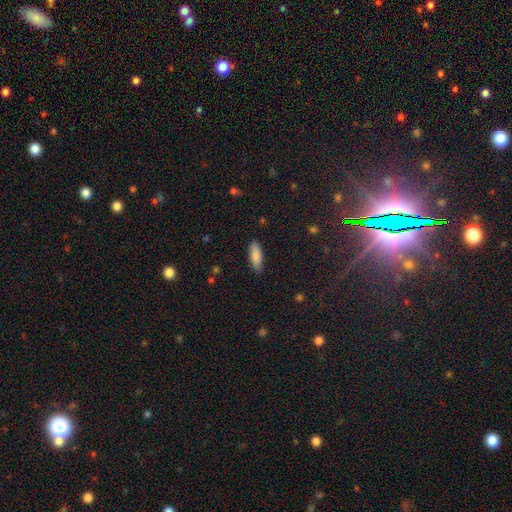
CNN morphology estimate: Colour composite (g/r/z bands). It shows a smooth galaxy with no disk features (84%) that is in between round and cigar-shaped (59%). Merging: none (85%).